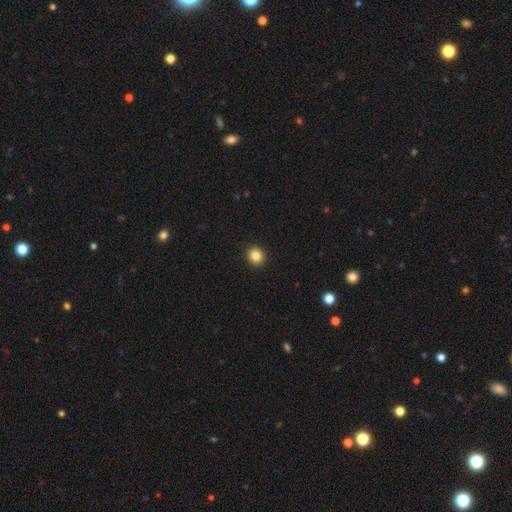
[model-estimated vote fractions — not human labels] smooth 86%, star or artifact 10%, featured or disk 4%. Down the decision tree: how rounded — round (88%); merging — none (93%).